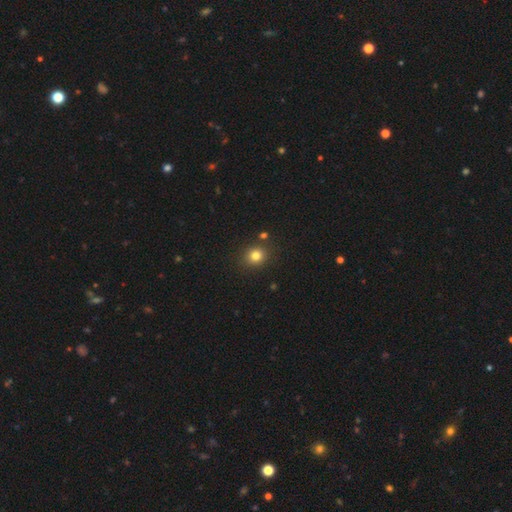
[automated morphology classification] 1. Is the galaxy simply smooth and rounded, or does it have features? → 80% smooth, 13% star or artifact, 6% featured or disk.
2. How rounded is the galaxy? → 82% round, 17% in between, 1% cigar-shaped.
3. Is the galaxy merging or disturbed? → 84% none, 8% minor disturbance, 5% merger, 3% major disturbance.